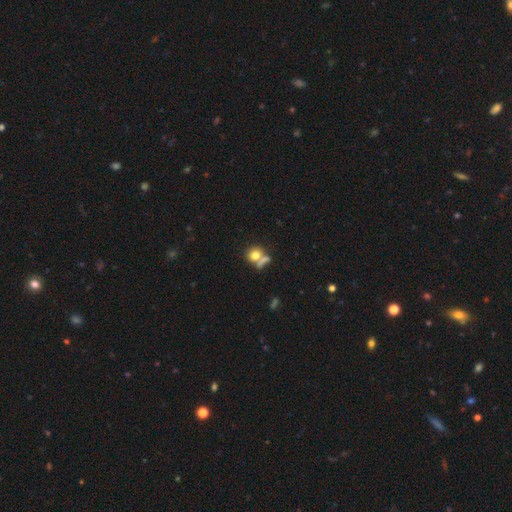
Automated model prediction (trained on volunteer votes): Morphology: type=smooth (74%); roundness=round (77%); merging=none (47%).